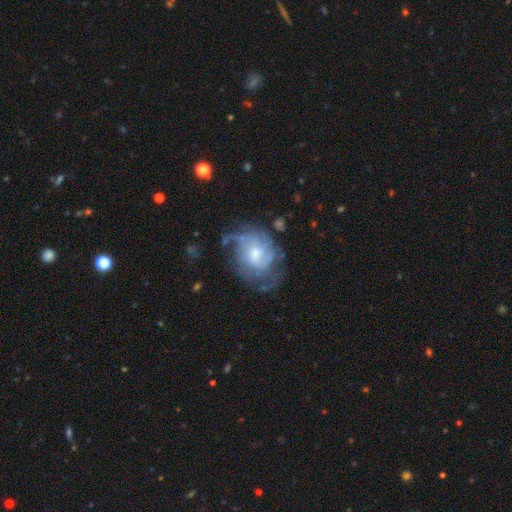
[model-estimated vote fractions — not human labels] Overall: featured or disk (78%). Edge-on disk: no (97%). Bar: no (61%; weak 33%). Spiral arms: yes (90%). Spiral arm count: can't tell (42%; 2 22%). Spiral winding: tight (53%; medium 35%). Bulge size: moderate (56%; small 33%). Merging: none (59%; minor disturbance 22%).